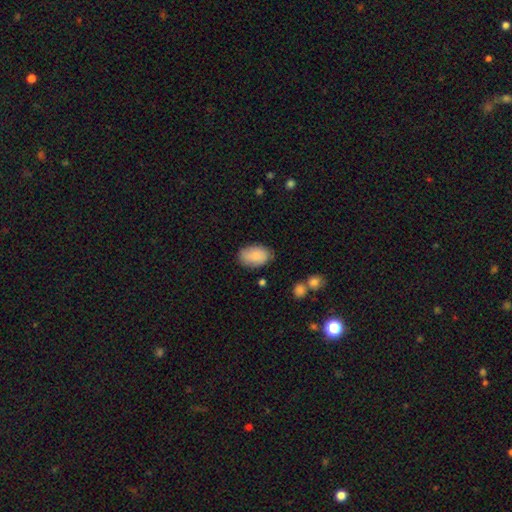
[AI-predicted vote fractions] Smooth or featured: smooth — 84% (featured or disk — 9%)
How rounded: in between — 90% (round — 9%)
Merging: none — 76% (minor disturbance — 18%)